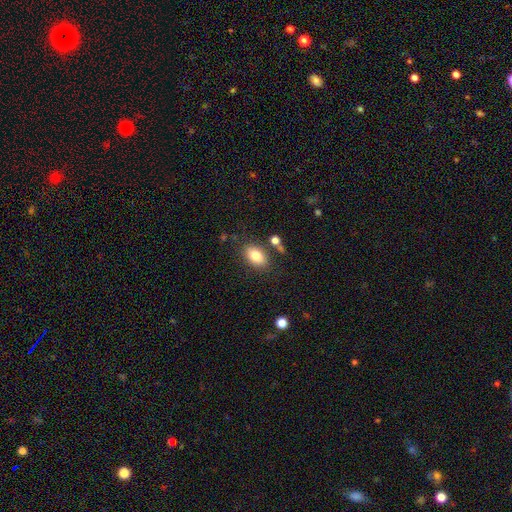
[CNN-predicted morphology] Smooth or featured?
  - smooth: 81% *
  - featured or disk: 11%
  - star or artifact: 8%
How rounded?
  - in between: 88% *
  - round: 10%
  - cigar-shaped: 2%
Merging?
  - none: 79% *
  - minor disturbance: 12%
  - merger: 6%
  - major disturbance: 4%